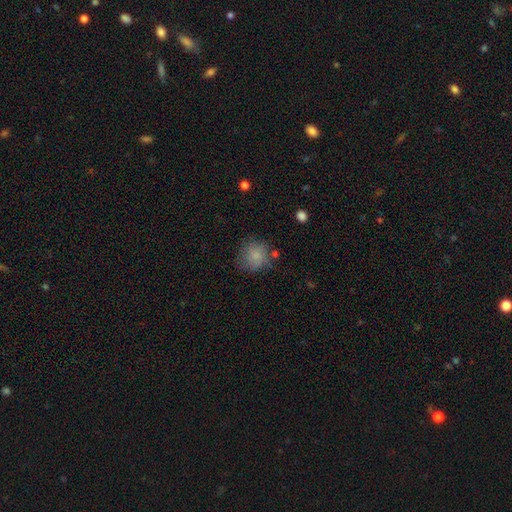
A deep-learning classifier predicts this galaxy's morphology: type=smooth (81%); roundness=round (85%); merging=none (67%).